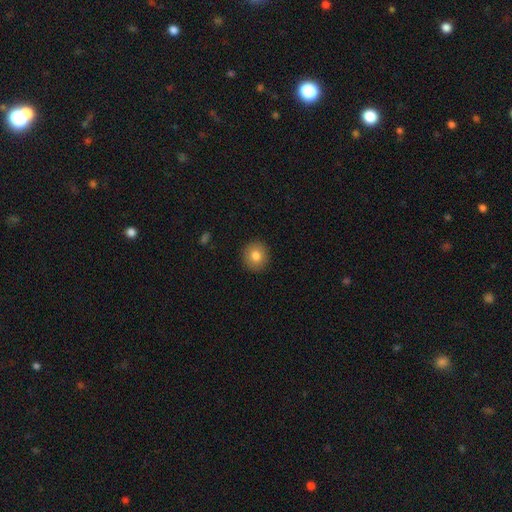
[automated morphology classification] The model was most divided on "smooth or featured": smooth: 81%, featured or disk: 10%, star or artifact: 9%. More confident: merging — none (91%); how rounded — round (88%).